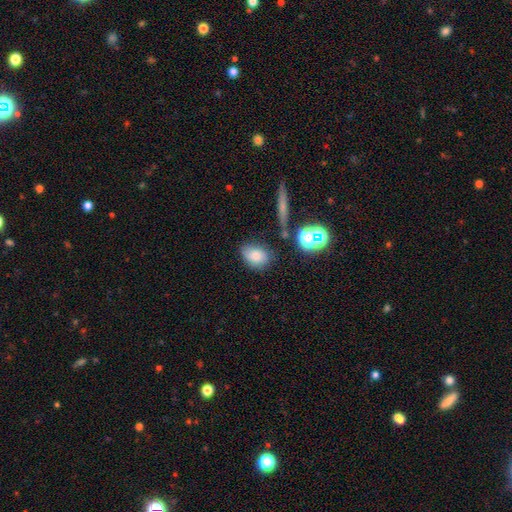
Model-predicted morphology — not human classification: smooth_or_featured: smooth (p=0.76) [alt: star or artifact p=0.12]
how_rounded: in between (p=0.69) [alt: round p=0.28]
merging: none (p=0.69) [alt: minor disturbance p=0.20]